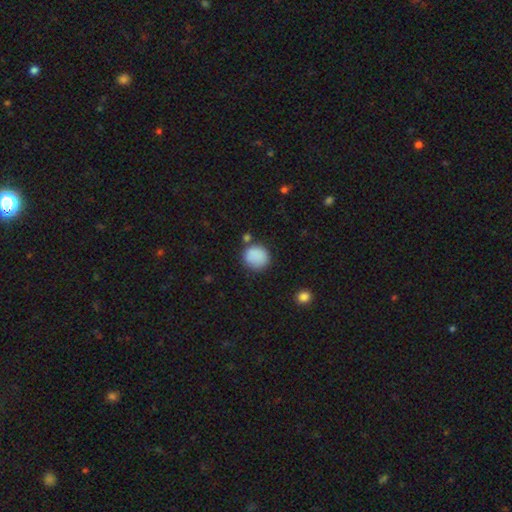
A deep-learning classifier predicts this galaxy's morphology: Smooth or featured? smooth (87%)
How rounded? round (88%)
Merging? none (76%)